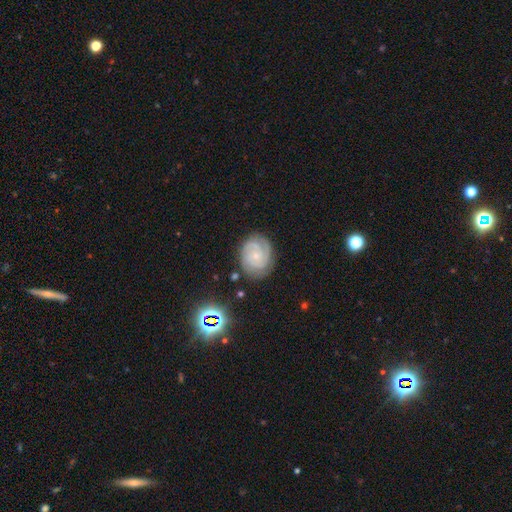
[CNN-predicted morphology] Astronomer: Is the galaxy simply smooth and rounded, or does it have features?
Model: featured or disk — 77%.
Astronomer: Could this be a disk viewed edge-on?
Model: no — 98%.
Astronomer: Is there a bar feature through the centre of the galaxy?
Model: no — 77%.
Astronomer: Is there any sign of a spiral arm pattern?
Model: yes — 96%.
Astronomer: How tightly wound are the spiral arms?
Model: tight — 70%.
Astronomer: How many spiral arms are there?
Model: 3 — 32% (runner-up: can't tell, 24%).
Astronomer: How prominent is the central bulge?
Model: small — 81%.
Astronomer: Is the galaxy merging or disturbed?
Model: none — 78%.